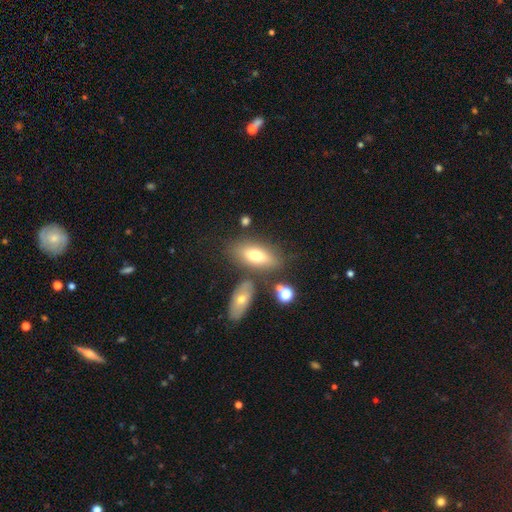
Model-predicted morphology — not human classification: type=smooth (69%); roundness=in between (81%); merging=none (68%).